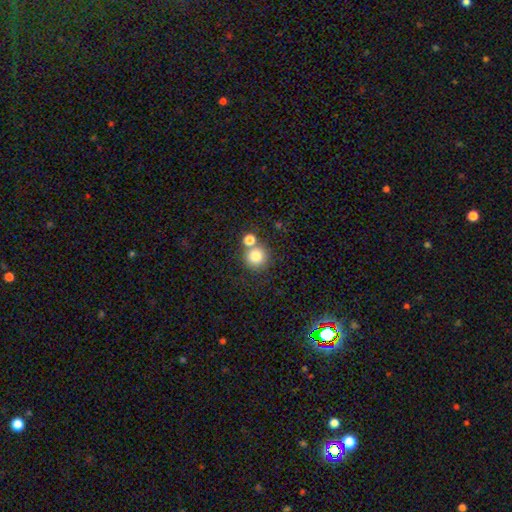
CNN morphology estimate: Smooth or featured? Predicted: smooth (p=0.81). How rounded? Predicted: round (p=0.93). Merging? Predicted: none (p=0.62).